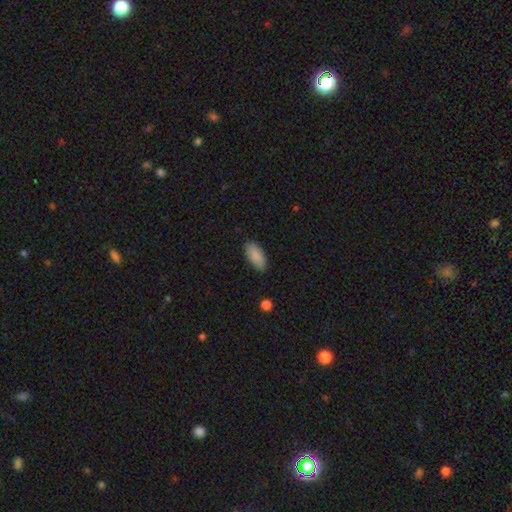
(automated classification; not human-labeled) Smooth or featured? smooth (88%)
How rounded? in between (91%)
Merging? none (85%)